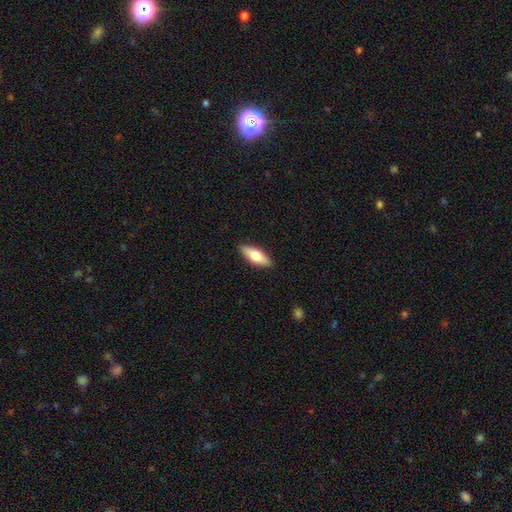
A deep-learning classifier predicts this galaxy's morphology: The model was most divided on "how rounded": in between: 63%, cigar-shaped: 34%, round: 2%. More confident: merging — none (89%); smooth or featured — smooth (66%).